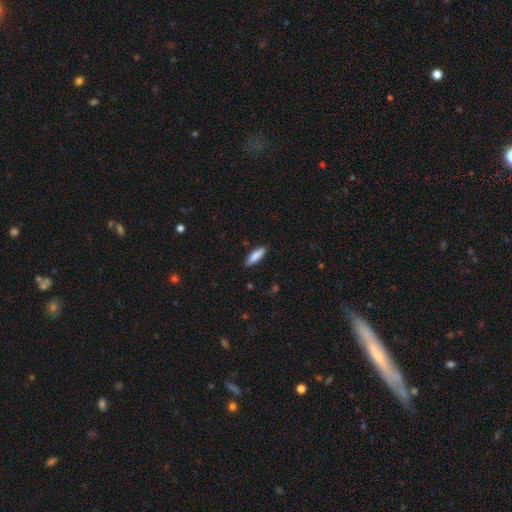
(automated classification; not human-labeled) A smooth galaxy with no disk features (86%) that is cigar-shaped (53%). Merging: none (86%).